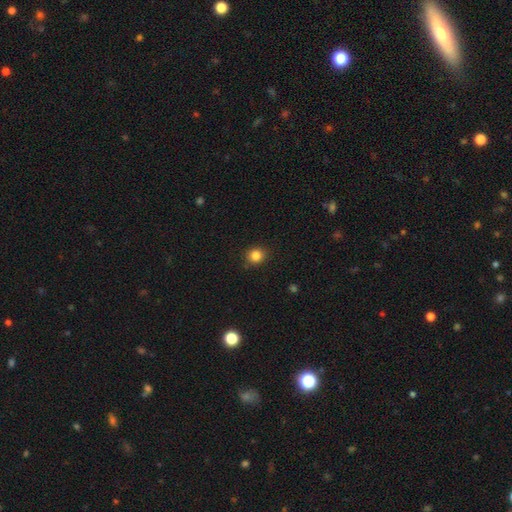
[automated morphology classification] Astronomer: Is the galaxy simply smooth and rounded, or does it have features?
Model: smooth — 84%.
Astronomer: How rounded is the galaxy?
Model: round — 86%.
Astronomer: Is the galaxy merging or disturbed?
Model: none — 89%.